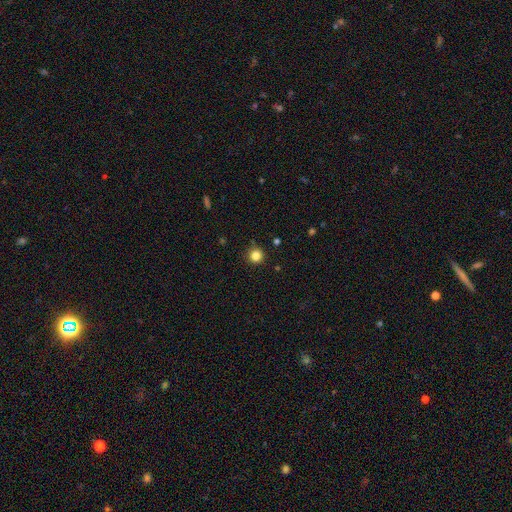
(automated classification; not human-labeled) The model was most divided on "smooth or featured": smooth: 83%, star or artifact: 13%, featured or disk: 5%. More confident: how rounded — round (95%); merging — none (89%).